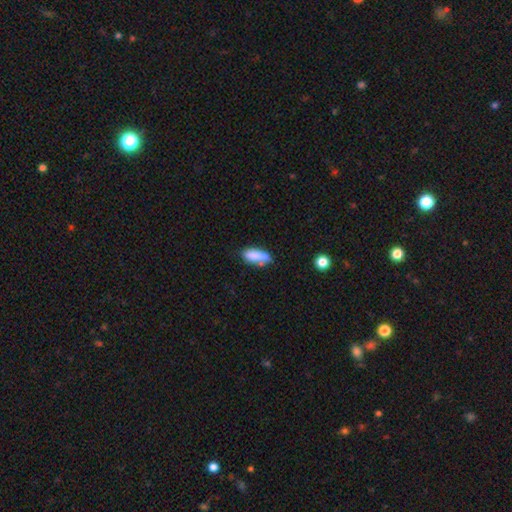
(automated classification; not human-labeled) This is likely a smooth galaxy (77%). How rounded: likely in between (69%). Merging: possibly none (47%).